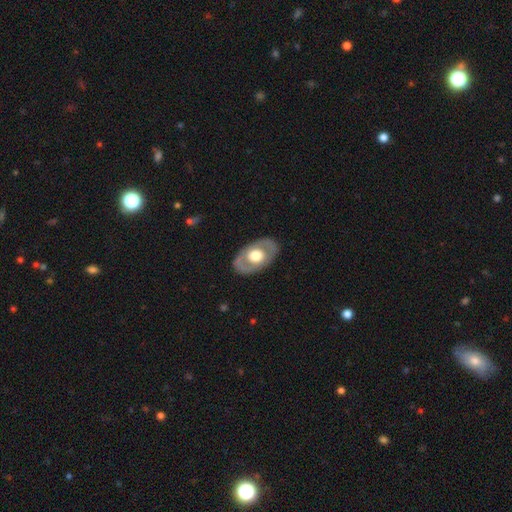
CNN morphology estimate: featured or disk 56%, smooth 39%, star or artifact 5%. Down the decision tree: edge-on disk — no (89%); merging — none (84%).